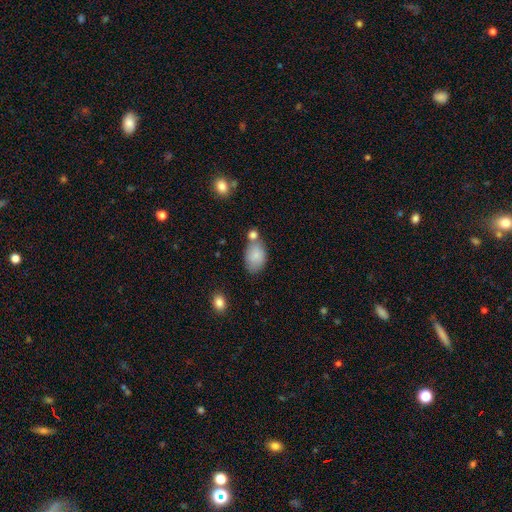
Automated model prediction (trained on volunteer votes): smooth 82%, featured or disk 11%, star or artifact 8%. Down the decision tree: how rounded — in between (86%); merging — none (53%).